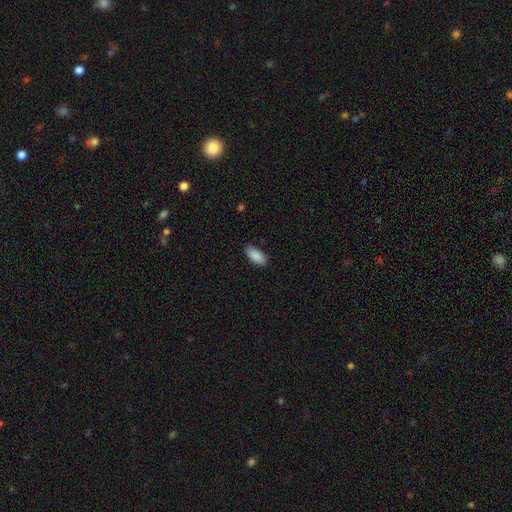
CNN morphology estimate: The model was most divided on "merging": none: 83%, minor disturbance: 13%, major disturbance: 2%, merger: 1%. More confident: how rounded — in between (91%); smooth or featured — smooth (90%).